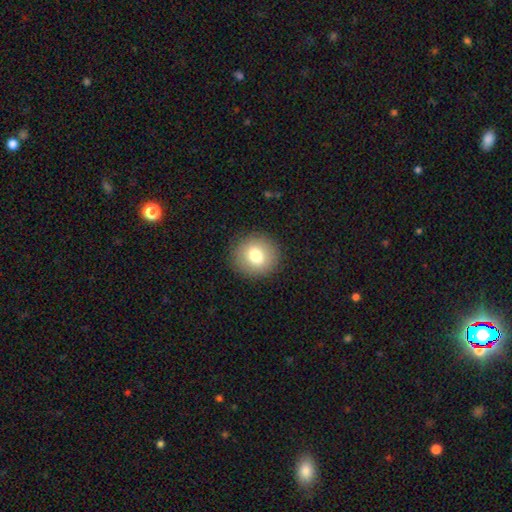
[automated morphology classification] type=smooth (77%); roundness=round (91%); merging=none (90%).